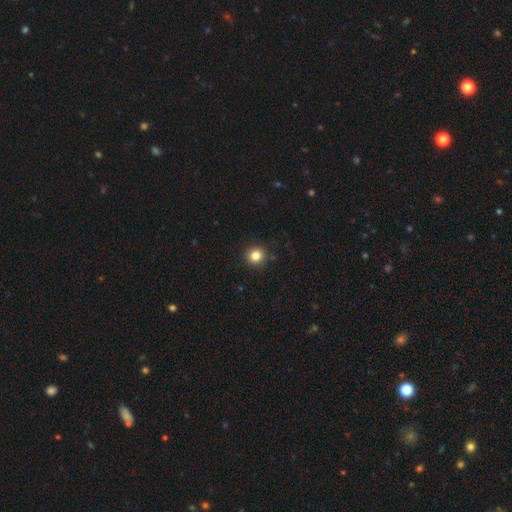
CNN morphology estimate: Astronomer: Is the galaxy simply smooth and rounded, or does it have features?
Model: smooth — 83%.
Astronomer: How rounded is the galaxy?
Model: round — 94%.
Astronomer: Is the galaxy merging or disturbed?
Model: none — 92%.